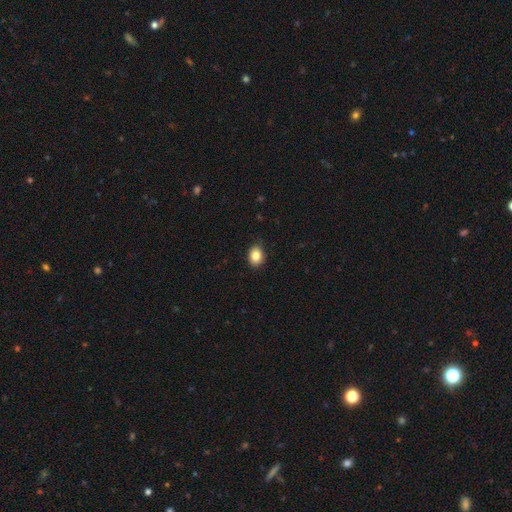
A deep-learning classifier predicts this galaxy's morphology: A smooth galaxy with no disk features (85%) that is in between round and cigar-shaped (63%).

Vote fractions:
- Smooth or featured? smooth: 85% / star or artifact: 9% / featured or disk: 6%
- How rounded? in between: 63% / round: 36% / cigar-shaped: 1%
- Merging? none: 87% / minor disturbance: 10% / major disturbance: 2% / merger: 1%